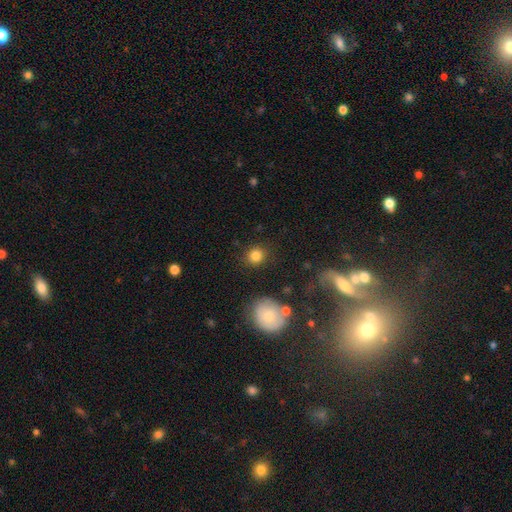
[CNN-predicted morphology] This appears to be a smooth galaxy with no disk features (83%) that is round (83%). Merging: none (86%).